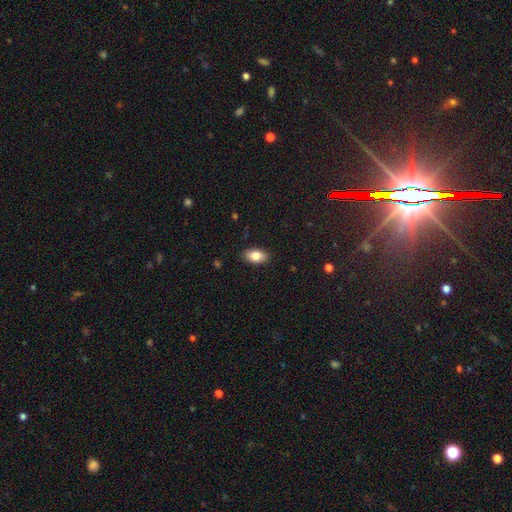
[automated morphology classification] Smooth or featured? smooth (83%)
How rounded? in between (92%)
Merging? none (89%)